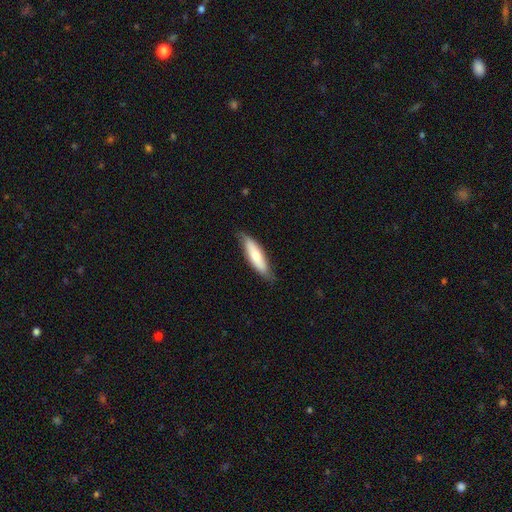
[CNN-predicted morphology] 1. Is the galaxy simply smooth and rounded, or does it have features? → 69% smooth, 26% featured or disk, 5% star or artifact.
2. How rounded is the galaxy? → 60% cigar-shaped, 38% in between, 2% round.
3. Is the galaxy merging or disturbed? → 74% none, 21% minor disturbance, 3% major disturbance, 1% merger.